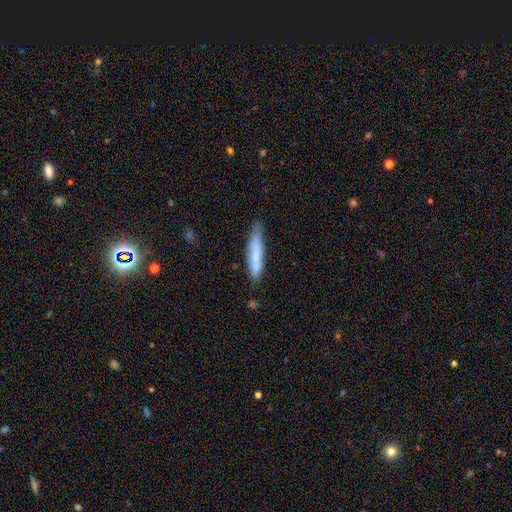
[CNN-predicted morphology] This is likely a smooth galaxy (71%). How rounded: clearly cigar-shaped (88%). Merging: likely none (71%).